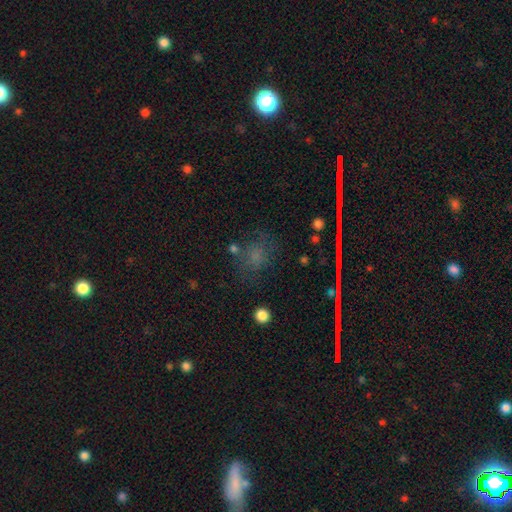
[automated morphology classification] Smooth or featured? smooth (49%)
Merging? none (68%)